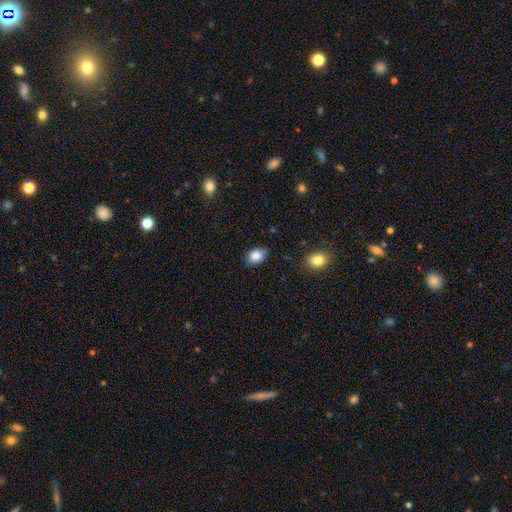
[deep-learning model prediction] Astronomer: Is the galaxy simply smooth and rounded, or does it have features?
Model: smooth — 85%.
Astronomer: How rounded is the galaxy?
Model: in between — 75%.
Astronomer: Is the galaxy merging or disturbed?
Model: none — 80%.